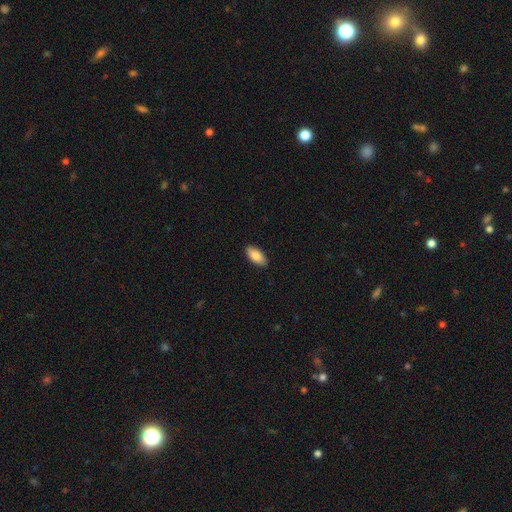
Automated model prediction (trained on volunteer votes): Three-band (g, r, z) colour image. It shows a smooth galaxy with no disk features (87%) that is in between round and cigar-shaped (89%). Merging: none (89%).